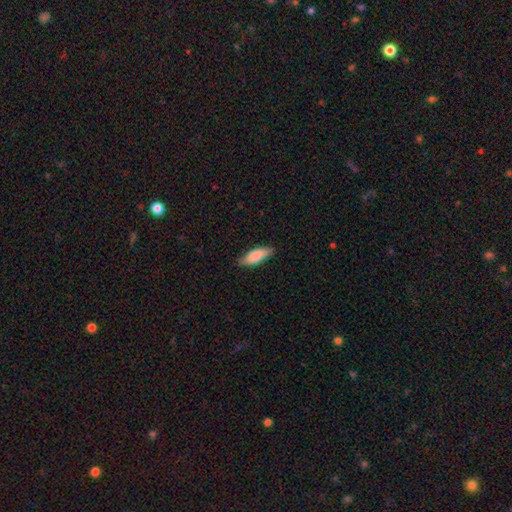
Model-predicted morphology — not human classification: This is clearly a smooth galaxy (81%). How rounded: likely in between (64%). Merging: clearly none (83%).